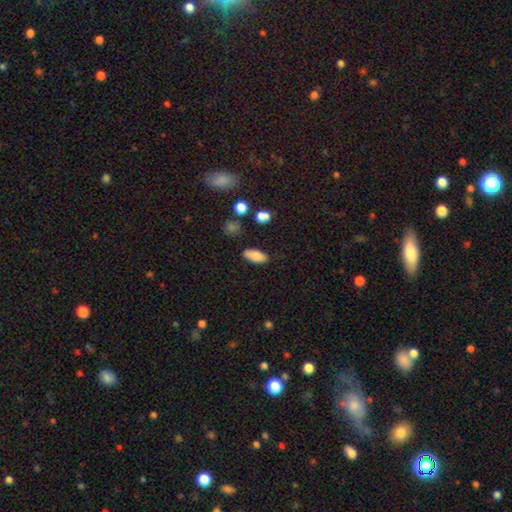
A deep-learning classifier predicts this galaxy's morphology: This appears to be a smooth galaxy with no disk features (82%) that is in between round and cigar-shaped (88%). Merging: none (83%).